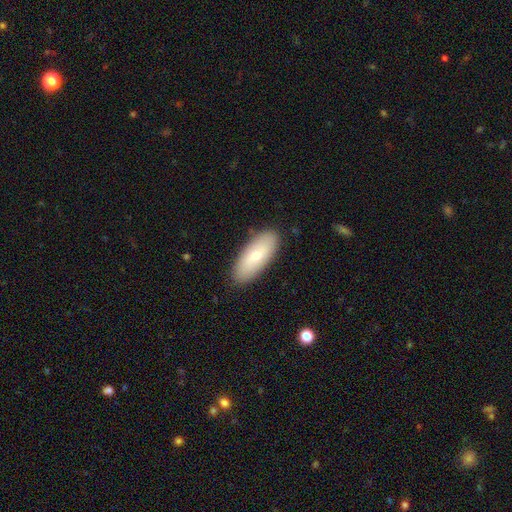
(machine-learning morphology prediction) Overall: smooth (70%). How rounded: in between (80%). Merging: none (88%).